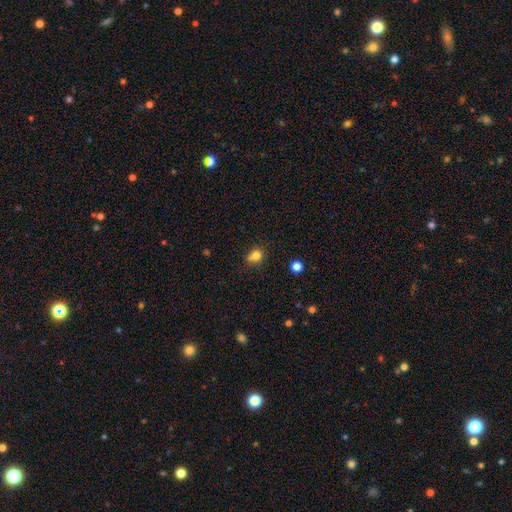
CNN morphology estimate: Smooth or featured: smooth — 80% (star or artifact — 13%)
How rounded: round — 80% (in between — 19%)
Merging: none — 63% (minor disturbance — 18%)